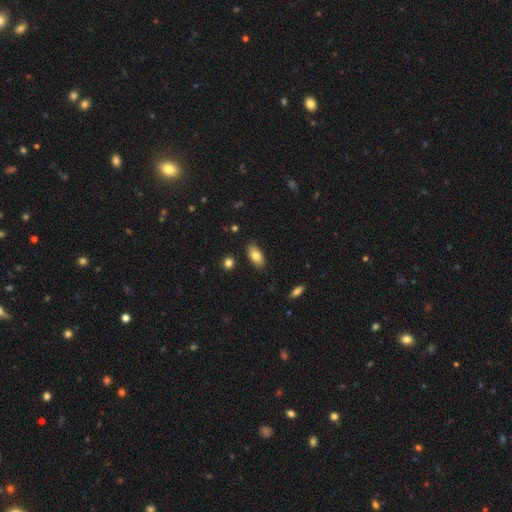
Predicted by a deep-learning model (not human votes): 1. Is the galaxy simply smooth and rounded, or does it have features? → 79% smooth, 14% featured or disk, 7% star or artifact.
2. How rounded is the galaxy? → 90% in between, 6% cigar-shaped, 3% round.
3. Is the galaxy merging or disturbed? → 85% none, 11% minor disturbance, 2% major disturbance, 2% merger.